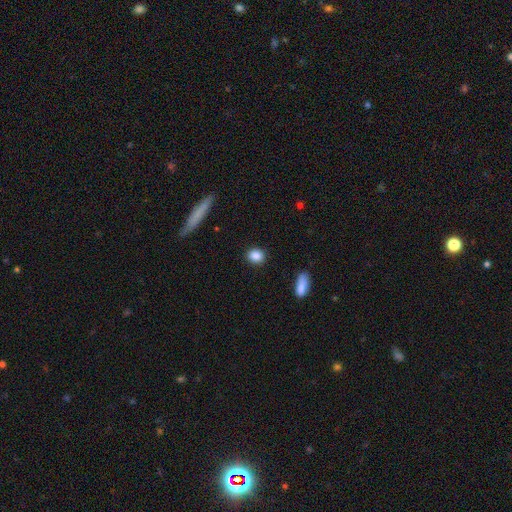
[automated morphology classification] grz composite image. It shows a smooth galaxy with no disk features (87%) that is round (64%). Merging: none (89%).